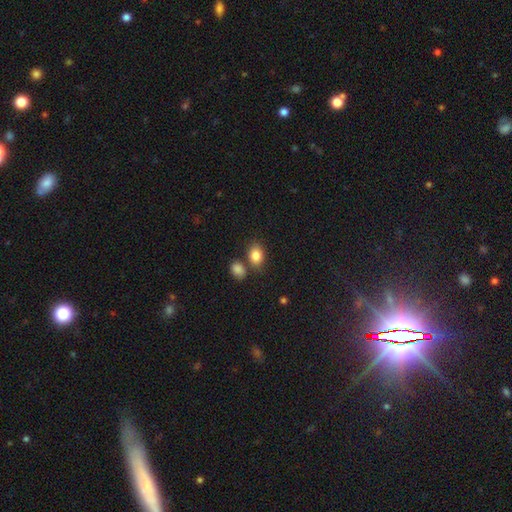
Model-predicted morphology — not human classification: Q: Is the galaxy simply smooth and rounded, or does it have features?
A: smooth — 85%.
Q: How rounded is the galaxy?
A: in between — 72%.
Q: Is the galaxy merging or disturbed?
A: none — 66%.